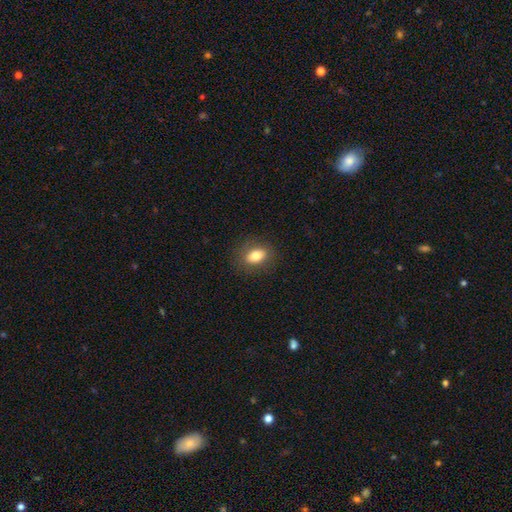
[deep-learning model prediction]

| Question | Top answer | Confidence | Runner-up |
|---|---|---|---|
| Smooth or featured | smooth | 79% | featured or disk (12%) |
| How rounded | in between | 75% | round (22%) |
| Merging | none | 86% | minor disturbance (10%) |